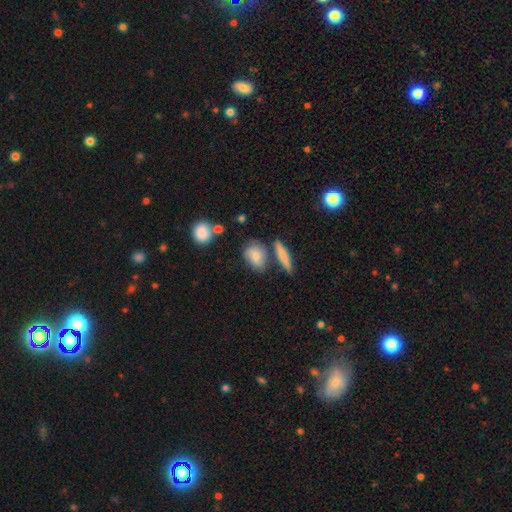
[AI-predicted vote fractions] smooth_or_featured: smooth (p=0.70) [alt: featured or disk p=0.20]
how_rounded: in between (p=0.59) [alt: round p=0.34]
merging: none (p=0.60) [alt: minor disturbance p=0.18]